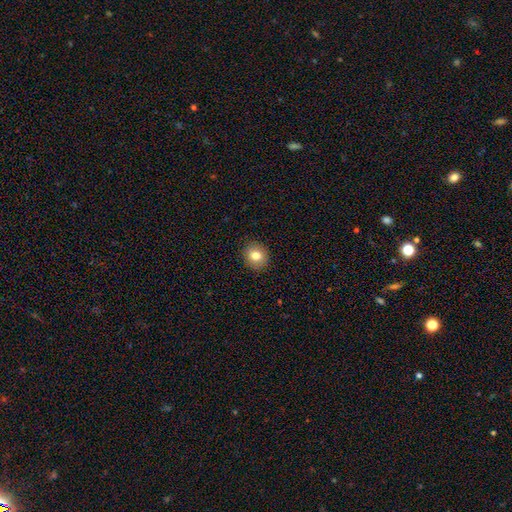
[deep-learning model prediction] smooth-or-featured: smooth: 79% | featured or disk: 11% | star or artifact: 10%
  how-rounded: round: 75% | in between: 24% | cigar-shaped: 1%
  merging: none: 91% | minor disturbance: 6% | major disturbance: 2% | merger: 1%